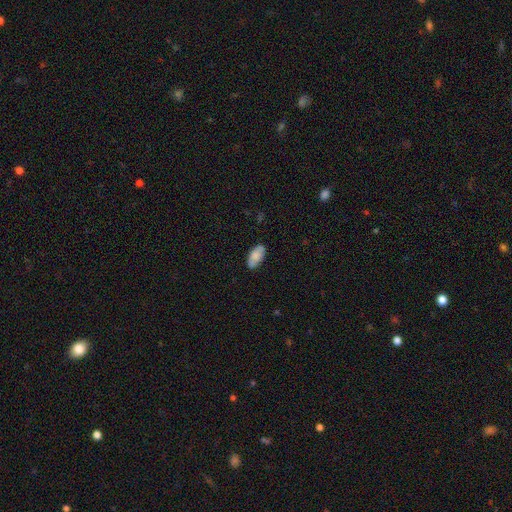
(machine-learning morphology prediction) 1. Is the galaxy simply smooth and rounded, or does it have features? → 81% smooth, 12% featured or disk, 6% star or artifact.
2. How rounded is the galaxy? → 94% in between, 4% cigar-shaped, 2% round.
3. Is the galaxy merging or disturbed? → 83% none, 14% minor disturbance, 2% major disturbance, 1% merger.